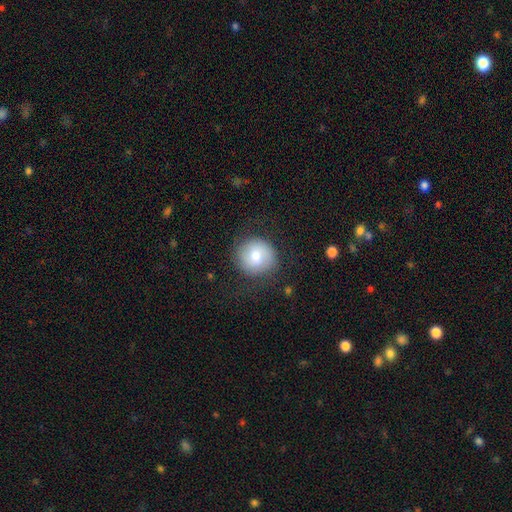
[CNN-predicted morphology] Smooth or featured?
  - smooth: 69% *
  - featured or disk: 23%
  - star or artifact: 8%
How rounded?
  - round: 91% *
  - in between: 8%
  - cigar-shaped: 1%
Merging?
  - none: 78% *
  - minor disturbance: 14%
  - major disturbance: 8%
  - merger: 1%